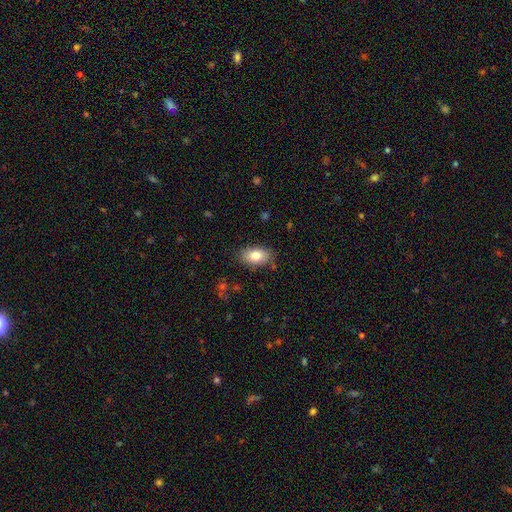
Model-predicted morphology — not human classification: Smooth or featured?
  - smooth: 80% *
  - featured or disk: 12%
  - star or artifact: 7%
How rounded?
  - in between: 91% *
  - round: 7%
  - cigar-shaped: 2%
Merging?
  - none: 84% *
  - minor disturbance: 11%
  - major disturbance: 3%
  - merger: 2%